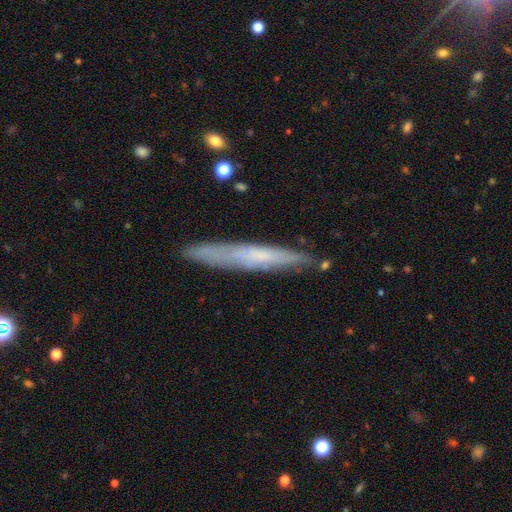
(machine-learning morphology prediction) Smooth or featured? smooth (49%)
Merging? none (85%)